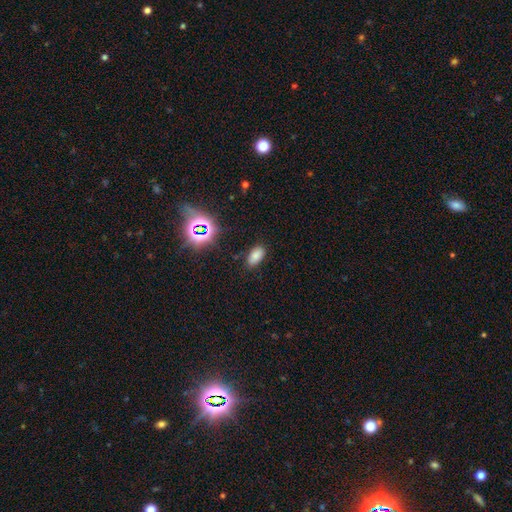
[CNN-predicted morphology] Smooth or featured?
  - smooth: 76% *
  - star or artifact: 18%
  - featured or disk: 6%
How rounded?
  - in between: 92% *
  - round: 5%
  - cigar-shaped: 3%
Merging?
  - none: 84% *
  - minor disturbance: 11%
  - major disturbance: 3%
  - merger: 2%